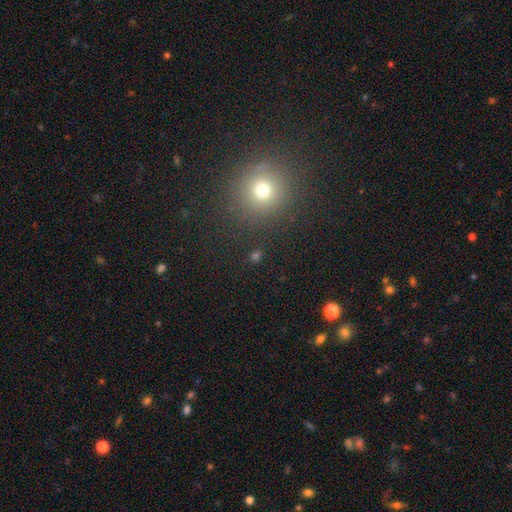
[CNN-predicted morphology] This appears to be a smooth galaxy with no disk features (58%) that is round (81%). Merging: none (85%).